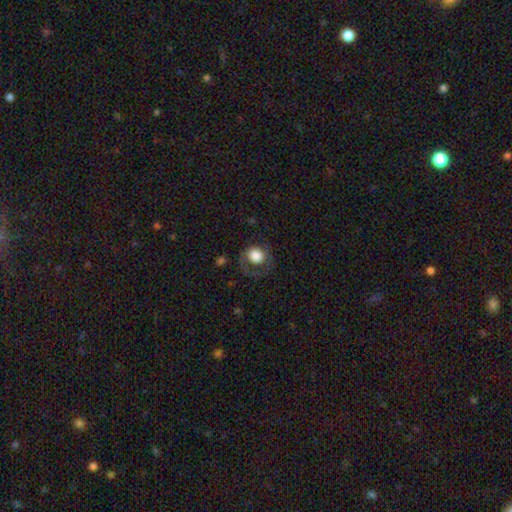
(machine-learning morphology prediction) Smooth or featured: smooth — 69% (featured or disk — 23%)
How rounded: round — 76% (in between — 23%)
Merging: none — 48% (major disturbance — 29%)